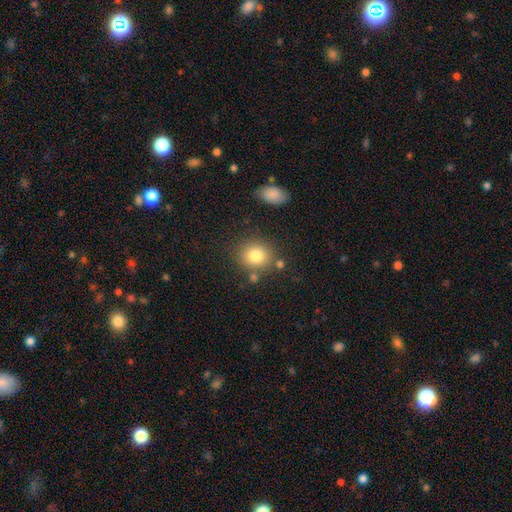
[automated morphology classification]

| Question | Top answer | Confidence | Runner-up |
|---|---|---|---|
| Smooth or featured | smooth | 80% | star or artifact (10%) |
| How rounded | round | 75% | in between (24%) |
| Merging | none | 77% | minor disturbance (11%) |